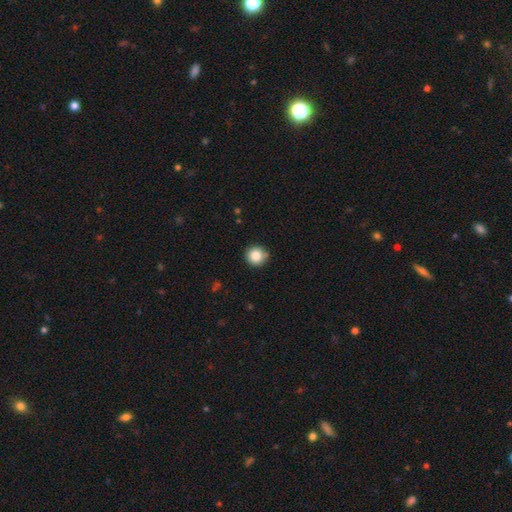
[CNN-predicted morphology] smooth_or_featured: smooth (p=0.84) [alt: star or artifact p=0.10]
how_rounded: round (p=0.94) [alt: in between p=0.05]
merging: none (p=0.86) [alt: minor disturbance p=0.10]